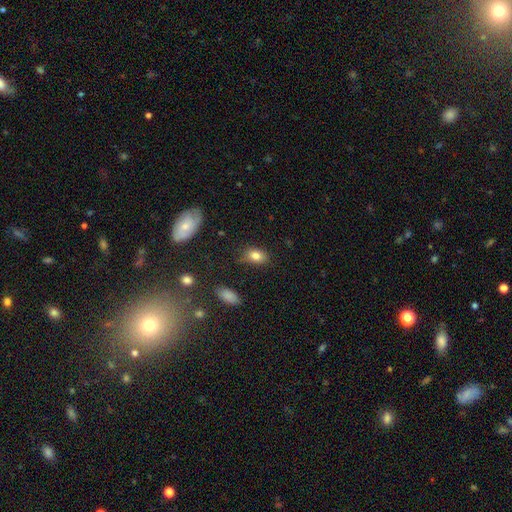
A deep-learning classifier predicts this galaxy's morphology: A smooth galaxy with no disk features (82%) that is in between round and cigar-shaped (83%). Merging: none (74%).